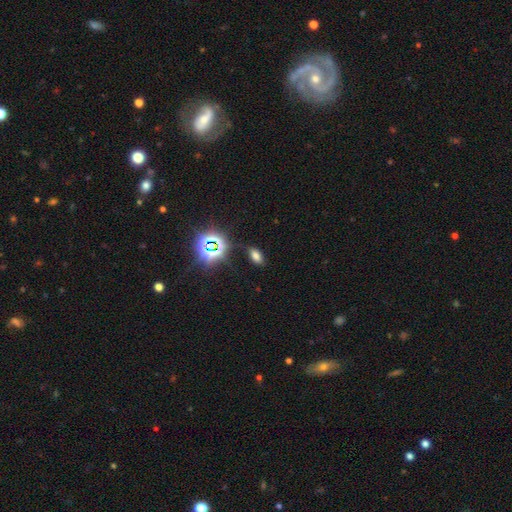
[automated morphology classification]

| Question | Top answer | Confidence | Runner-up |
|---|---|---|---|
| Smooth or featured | smooth | 62% | star or artifact (29%) |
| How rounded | in between | 87% | round (7%) |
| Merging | none | 80% | minor disturbance (13%) |